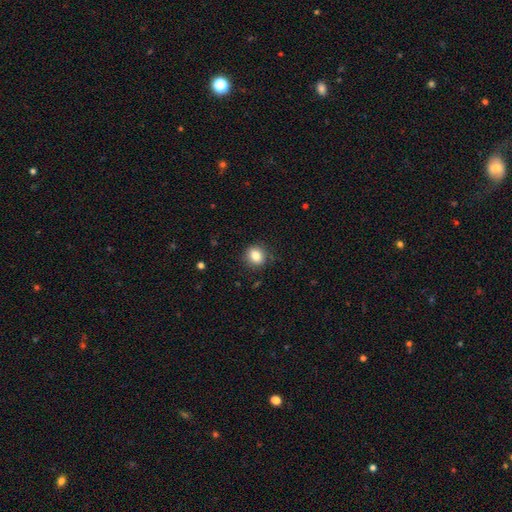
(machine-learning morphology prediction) The model was most divided on "how rounded": round: 66%, in between: 33%, cigar-shaped: 1%. More confident: merging — none (86%); smooth or featured — smooth (84%).